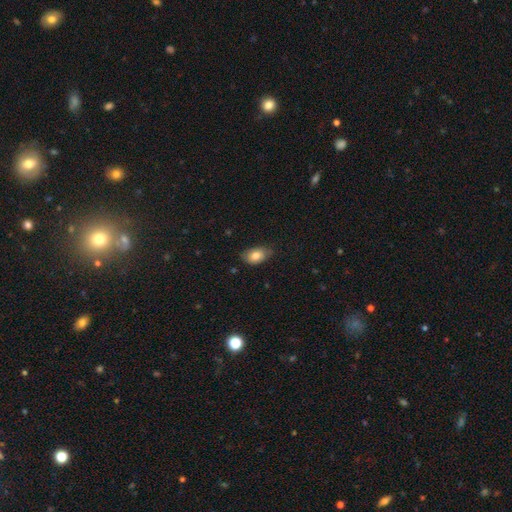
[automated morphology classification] Smooth or featured?
  - smooth: 80% *
  - featured or disk: 12%
  - star or artifact: 8%
How rounded?
  - in between: 89% *
  - round: 10%
  - cigar-shaped: 2%
Merging?
  - none: 73% *
  - minor disturbance: 23%
  - major disturbance: 3%
  - merger: 1%